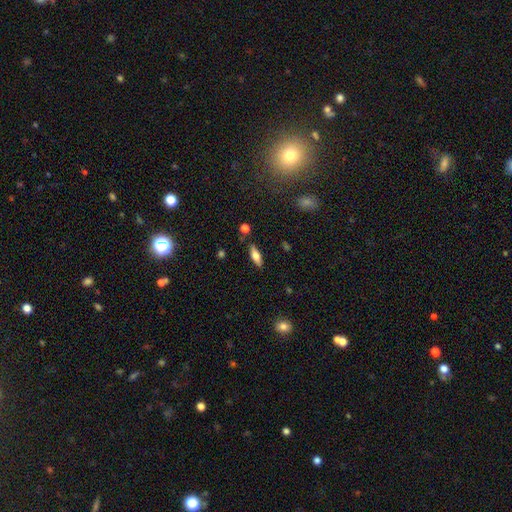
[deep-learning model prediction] The model was most divided on "how rounded": in between: 60%, cigar-shaped: 37%, round: 3%. More confident: merging — none (84%); smooth or featured — smooth (60%).